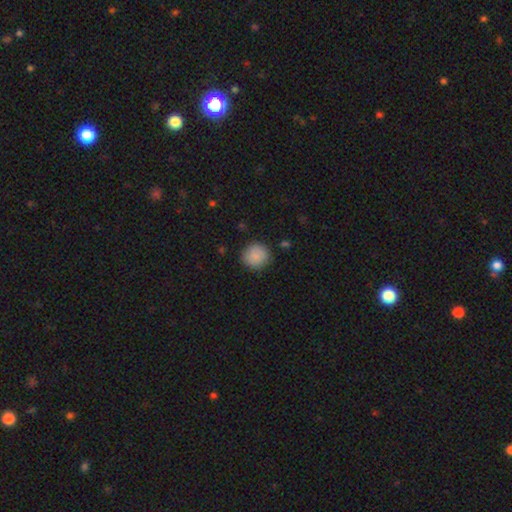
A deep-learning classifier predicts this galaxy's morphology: A smooth galaxy with no disk features (87%) that is round (91%).

Vote fractions:
- Smooth or featured? smooth: 87% / star or artifact: 7% / featured or disk: 6%
- How rounded? round: 91% / in between: 8% / cigar-shaped: 1%
- Merging? none: 87% / minor disturbance: 9% / major disturbance: 3% / merger: 1%